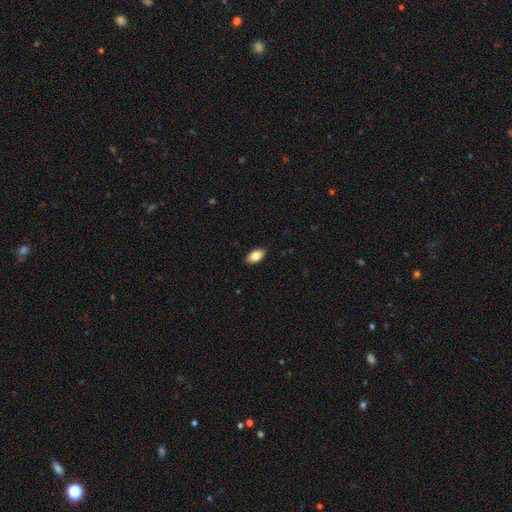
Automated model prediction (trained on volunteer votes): Smooth or featured? smooth (84%)
How rounded? in between (93%)
Merging? none (89%)